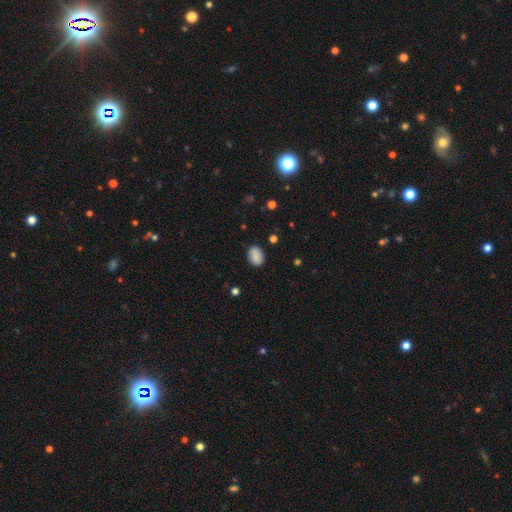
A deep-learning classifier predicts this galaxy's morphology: Q: Smooth or featured?
A: smooth (87%); runner-up: star or artifact (8%)
Q: How rounded?
A: in between (76%); runner-up: round (23%)
Q: Merging?
A: none (85%); runner-up: minor disturbance (11%)